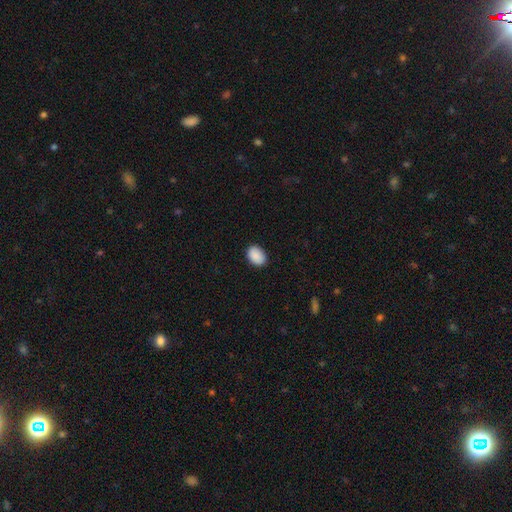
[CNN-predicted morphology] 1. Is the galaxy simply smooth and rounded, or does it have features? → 90% smooth, 7% star or artifact, 3% featured or disk.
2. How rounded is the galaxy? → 80% in between, 19% round, 1% cigar-shaped.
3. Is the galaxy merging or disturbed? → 88% none, 9% minor disturbance, 2% major disturbance, 1% merger.